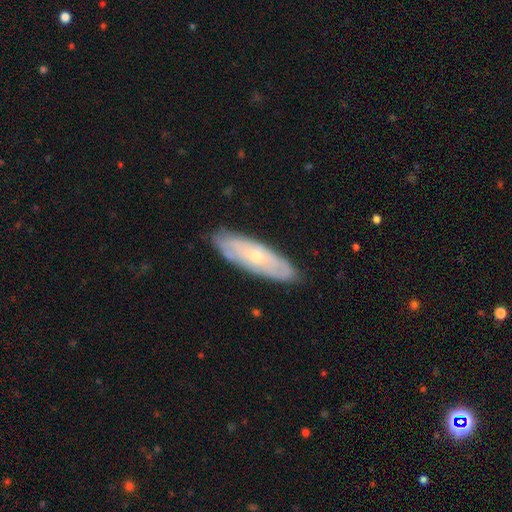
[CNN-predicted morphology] This appears to be a featured or disk galaxy (58%). Merging: none (84%).